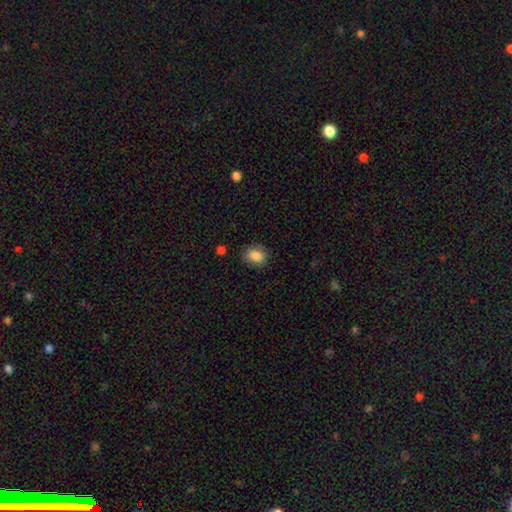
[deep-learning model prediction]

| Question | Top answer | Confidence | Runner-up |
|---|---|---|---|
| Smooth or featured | smooth | 86% | star or artifact (8%) |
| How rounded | in between | 63% | round (35%) |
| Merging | none | 81% | minor disturbance (14%) |